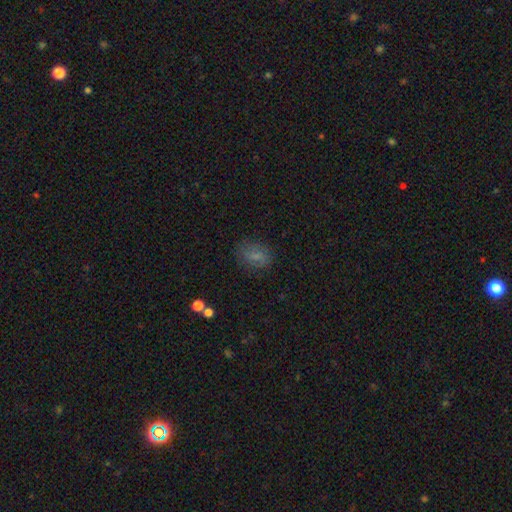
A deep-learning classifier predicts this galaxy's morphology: The model was most divided on "how rounded": in between: 76%, round: 22%, cigar-shaped: 2%. More confident: merging — none (77%); smooth or featured — smooth (73%).